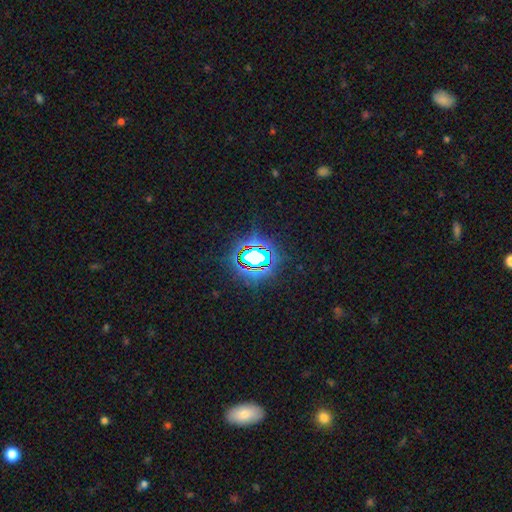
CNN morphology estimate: type=star or artifact (80%).